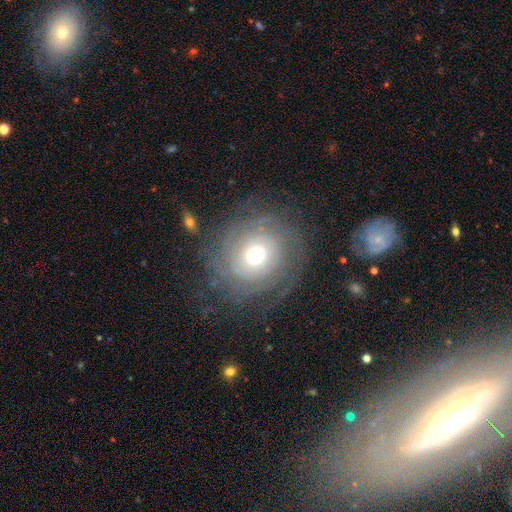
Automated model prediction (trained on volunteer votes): A featured or disk galaxy (75%) with no bar (80%), tight (80%) spiral arms (90%) and a moderate central bulge (49%).

Vote fractions:
- Smooth or featured? featured or disk: 75% / smooth: 17% / star or artifact: 8%
- Edge-on disk? no: 97% / yes: 3%
- Bar? no: 80% / weak: 15% / strong: 5%
- Spiral arms? yes: 90% / no: 10%
- Spiral winding? tight: 80% / medium: 14% / loose: 5%
- Spiral arm count? can't tell: 44% / 2: 17% / 3: 13% / 4: 10% / more than 4: 10% / 1: 7%
- Bulge size? moderate: 49% / small: 37% / large: 11% / dominant: 2% / none: 1%
- Merging? none: 78% / minor disturbance: 13% / major disturbance: 8% / merger: 1%